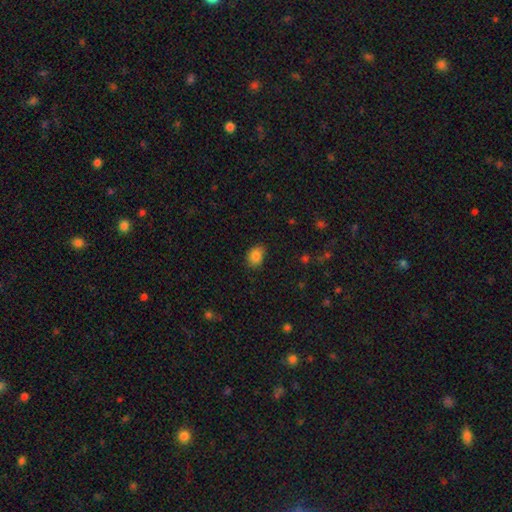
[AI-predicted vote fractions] smooth 85%, star or artifact 9%, featured or disk 5%. Down the decision tree: how rounded — in between (66%); merging — none (81%).